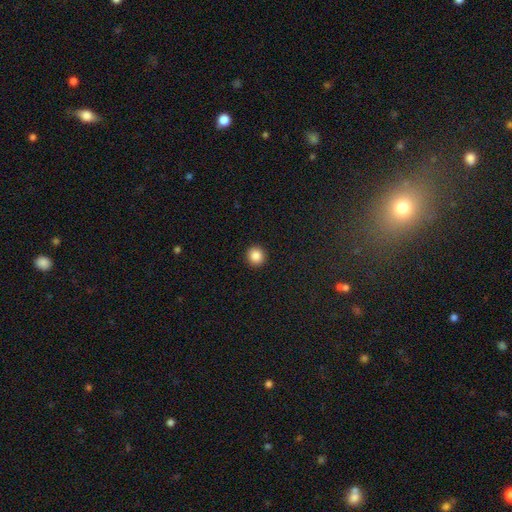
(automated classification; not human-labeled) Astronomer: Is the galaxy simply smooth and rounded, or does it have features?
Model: smooth — 86%.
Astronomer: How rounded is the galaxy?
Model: round — 94%.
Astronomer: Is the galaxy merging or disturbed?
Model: none — 93%.